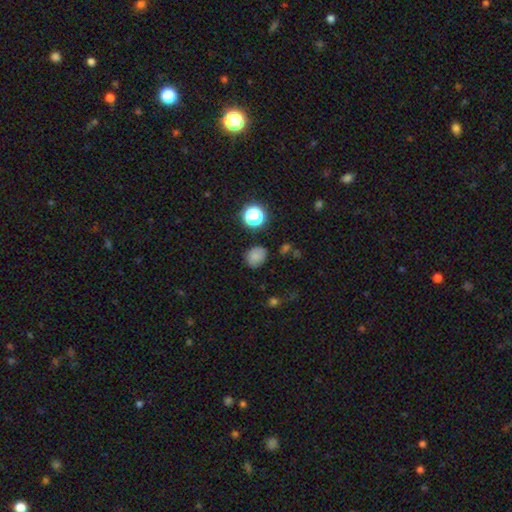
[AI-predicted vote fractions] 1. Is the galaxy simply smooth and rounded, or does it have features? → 77% smooth, 16% star or artifact, 7% featured or disk.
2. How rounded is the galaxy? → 59% round, 40% in between, 1% cigar-shaped.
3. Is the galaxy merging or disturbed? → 77% none, 16% minor disturbance, 4% major disturbance, 3% merger.